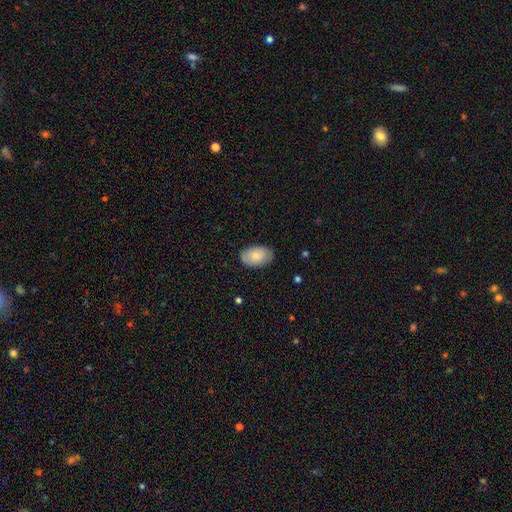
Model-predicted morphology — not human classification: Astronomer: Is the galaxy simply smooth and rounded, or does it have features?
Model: smooth — 82%.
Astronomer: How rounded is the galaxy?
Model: in between — 92%.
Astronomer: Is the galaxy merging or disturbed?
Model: none — 85%.